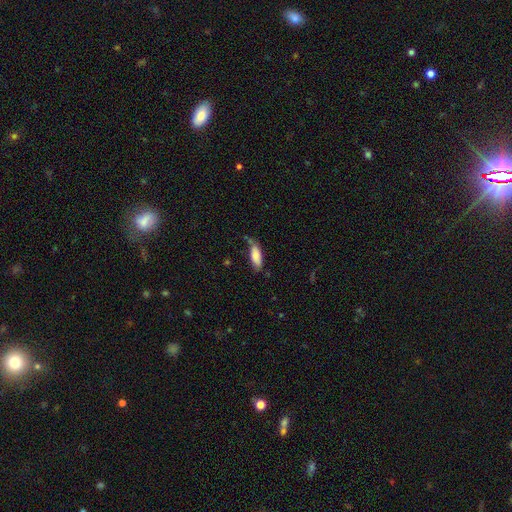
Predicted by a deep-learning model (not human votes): Overall: smooth (82%). How rounded: in between (70%). Merging: none (54%; minor disturbance 31%).